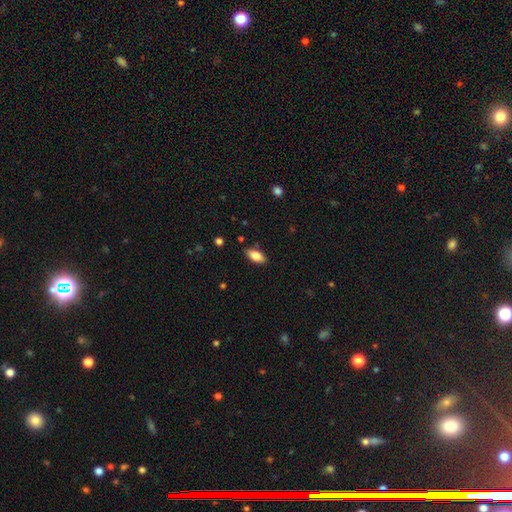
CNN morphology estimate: A smooth galaxy with no disk features (79%) that is in between round and cigar-shaped (87%). Merging: none (85%).